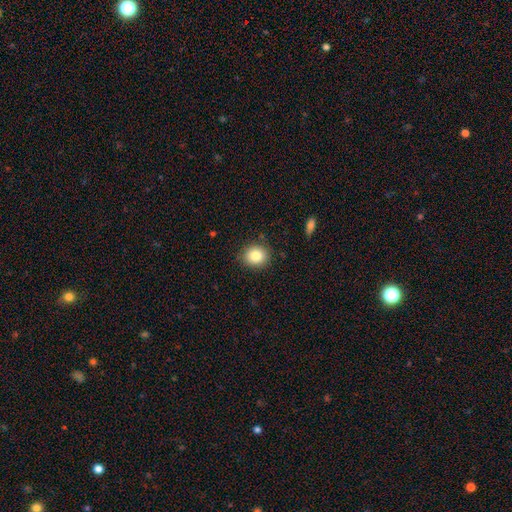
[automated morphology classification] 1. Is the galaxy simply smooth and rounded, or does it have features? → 84% smooth, 9% star or artifact, 6% featured or disk.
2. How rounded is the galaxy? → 78% round, 22% in between, 1% cigar-shaped.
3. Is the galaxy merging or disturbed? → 87% none, 9% minor disturbance, 3% major disturbance, 1% merger.